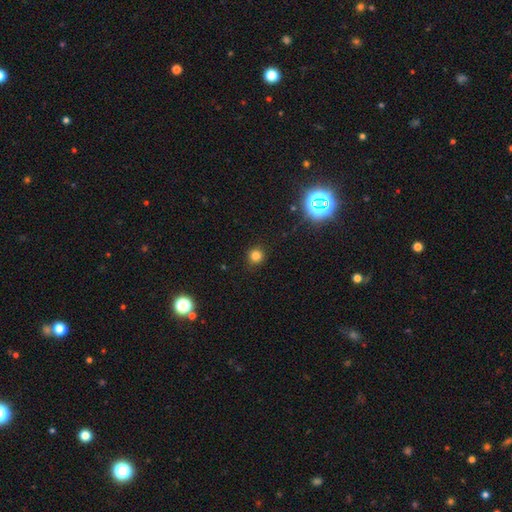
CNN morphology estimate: This is likely a smooth galaxy (78%). How rounded: clearly round (93%). Merging: clearly none (91%).